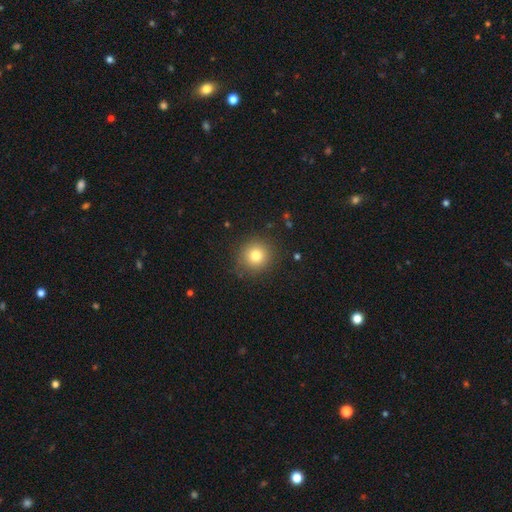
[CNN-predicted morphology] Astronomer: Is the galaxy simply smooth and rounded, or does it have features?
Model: smooth — 79%.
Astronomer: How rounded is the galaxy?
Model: round — 93%.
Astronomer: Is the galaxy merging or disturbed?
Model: none — 87%.